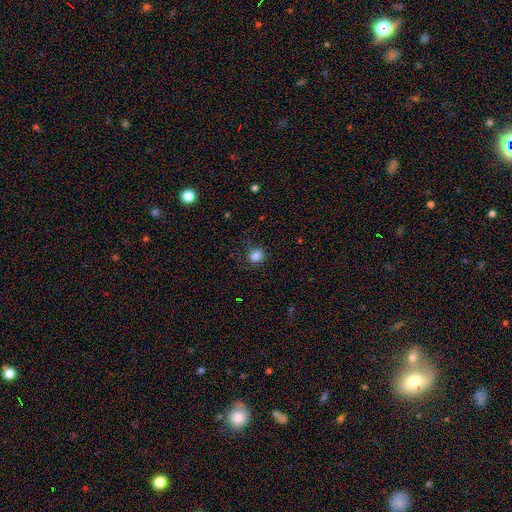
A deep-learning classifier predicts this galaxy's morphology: Q: Smooth or featured?
A: smooth (84%); runner-up: star or artifact (11%)
Q: How rounded?
A: round (76%); runner-up: in between (23%)
Q: Merging?
A: none (80%); runner-up: minor disturbance (14%)